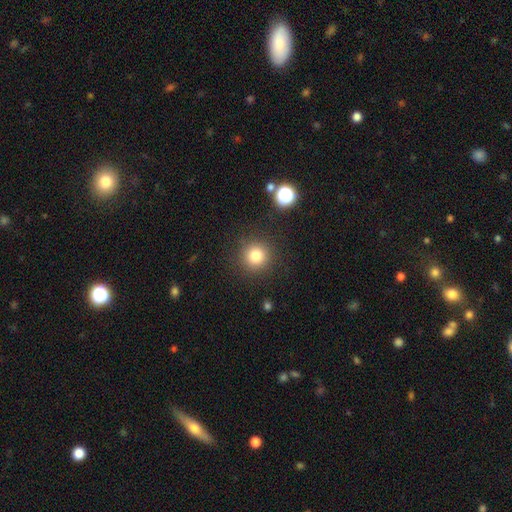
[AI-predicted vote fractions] The model was most divided on "smooth or featured": smooth: 80%, star or artifact: 13%, featured or disk: 7%. More confident: how rounded — round (94%); merging — none (89%).